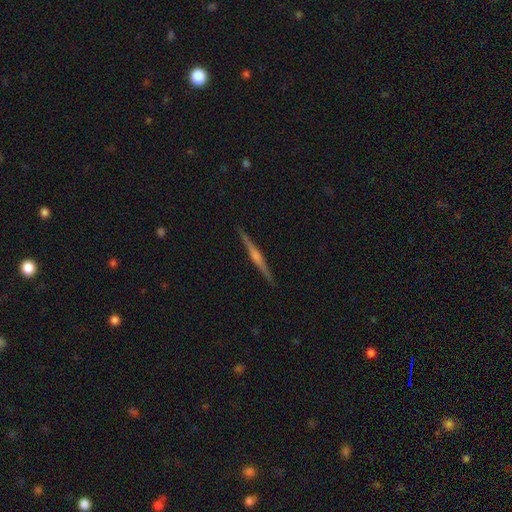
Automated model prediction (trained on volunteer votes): featured or disk 82%, smooth 12%, star or artifact 6%. Down the decision tree: edge-on disk — yes (98%); edge-on bulge — rounded (82%); merging — none (92%).